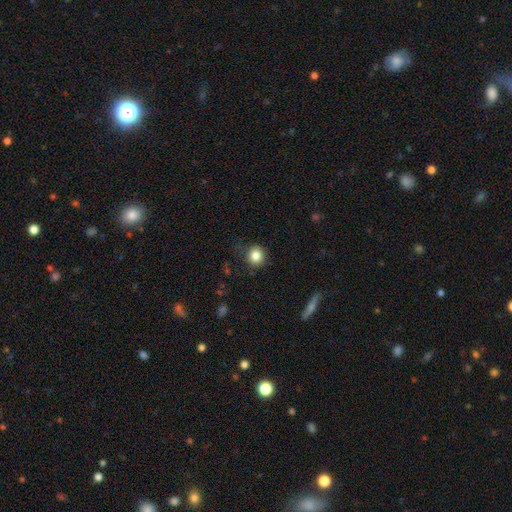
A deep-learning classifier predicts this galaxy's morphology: smooth_or_featured: smooth (p=0.83) [alt: star or artifact p=0.11]
how_rounded: round (p=0.90) [alt: in between p=0.09]
merging: none (p=0.84) [alt: minor disturbance p=0.12]